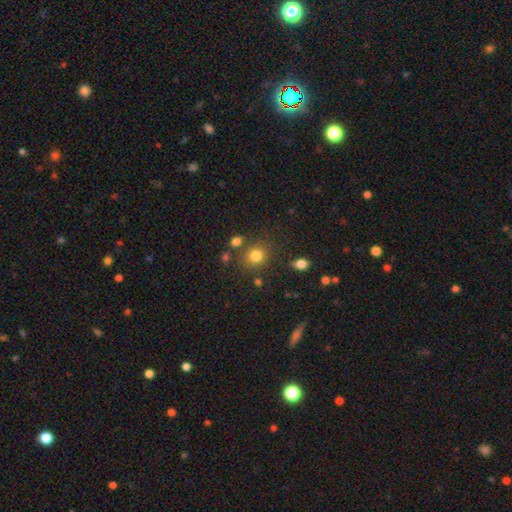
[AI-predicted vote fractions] The model was most divided on "how rounded": round: 80%, in between: 19%, cigar-shaped: 1%. More confident: smooth or featured — smooth (80%); merging — none (78%).